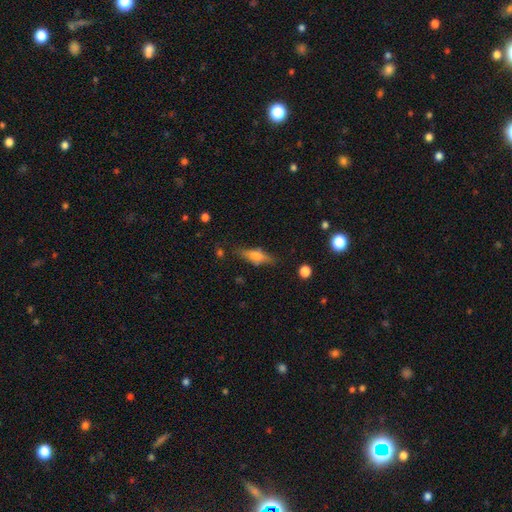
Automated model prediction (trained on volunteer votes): Morphology: type=smooth (49%); merging=none (78%).